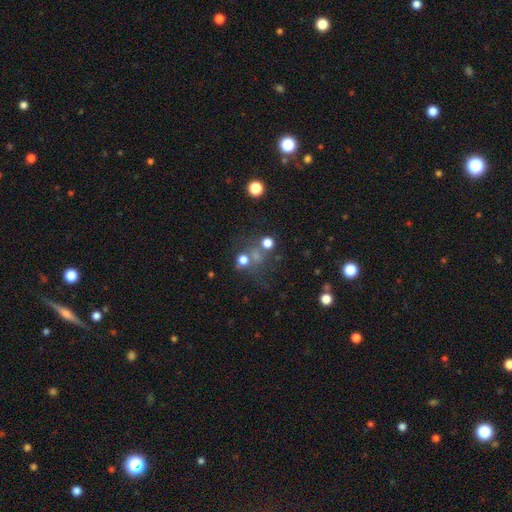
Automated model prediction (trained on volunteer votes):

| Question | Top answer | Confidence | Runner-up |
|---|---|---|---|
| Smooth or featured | smooth | 49% | star or artifact (36%) |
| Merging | none | 55% | merger (27%) |